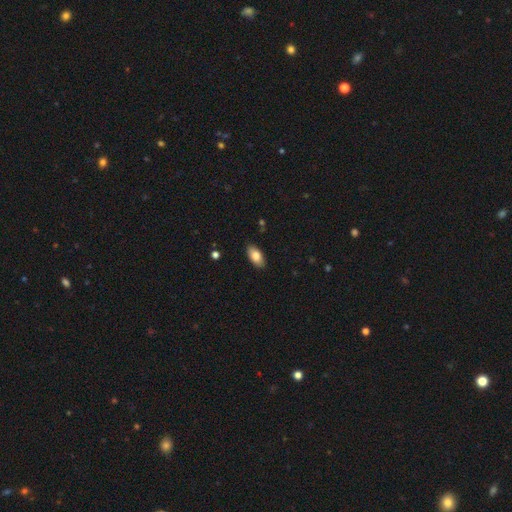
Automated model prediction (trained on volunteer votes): This is clearly a smooth galaxy (83%). How rounded: clearly in between (92%). Merging: clearly none (88%).